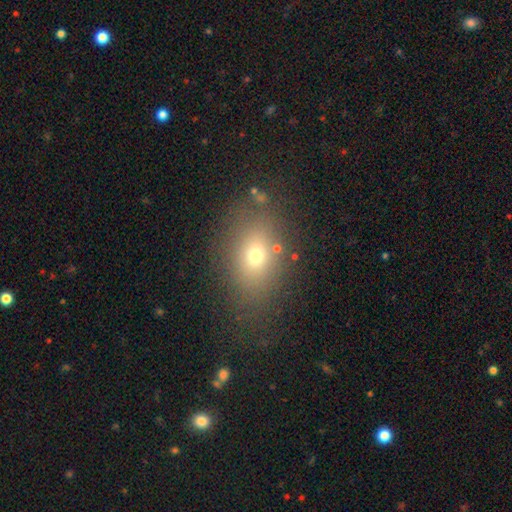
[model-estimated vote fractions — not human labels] Smooth or featured: smooth — 68% (star or artifact — 17%)
How rounded: in between — 70% (round — 28%)
Merging: none — 78% (minor disturbance — 13%)